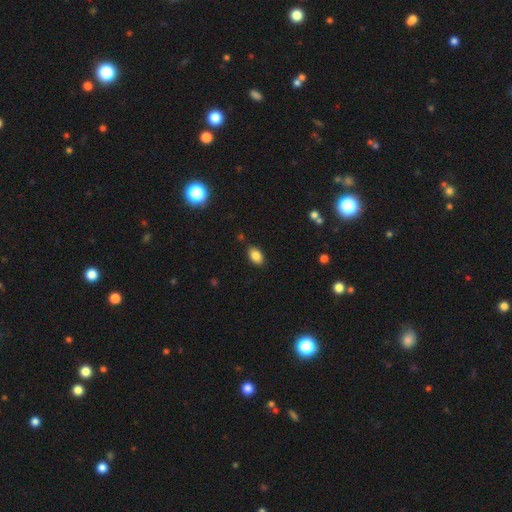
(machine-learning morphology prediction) smooth-or-featured: smooth: 85% | star or artifact: 9% | featured or disk: 6%
  how-rounded: in between: 90% | round: 8% | cigar-shaped: 2%
  merging: none: 86% | minor disturbance: 10% | major disturbance: 2% | merger: 2%